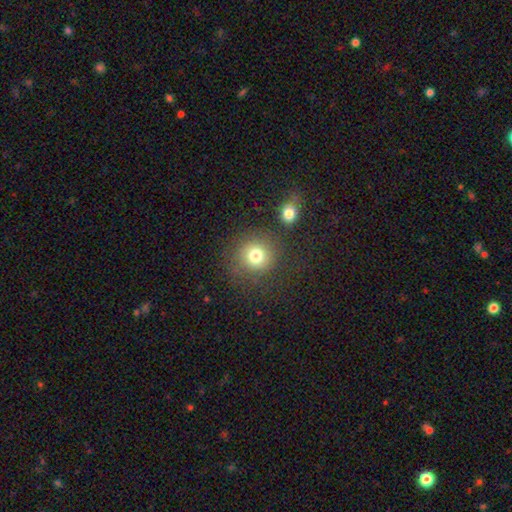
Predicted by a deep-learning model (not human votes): A smooth galaxy with no disk features (78%) that is round (89%).

Vote fractions:
- Smooth or featured? smooth: 78% / star or artifact: 12% / featured or disk: 10%
- How rounded? round: 89% / in between: 10% / cigar-shaped: 1%
- Merging? none: 74% / minor disturbance: 11% / merger: 9% / major disturbance: 6%